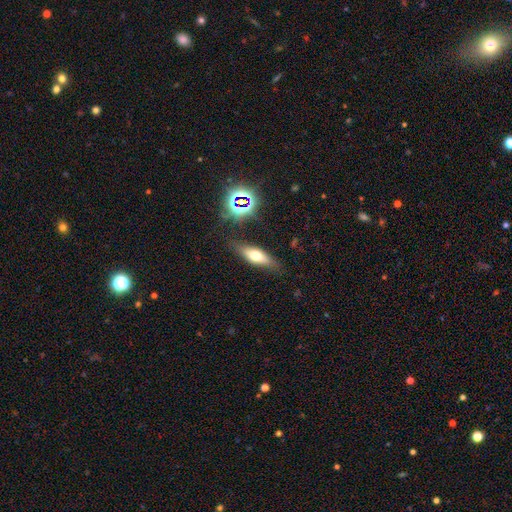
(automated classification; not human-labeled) A smooth galaxy with no disk features (57%) that is in between round and cigar-shaped (58%). Merging: none (80%).